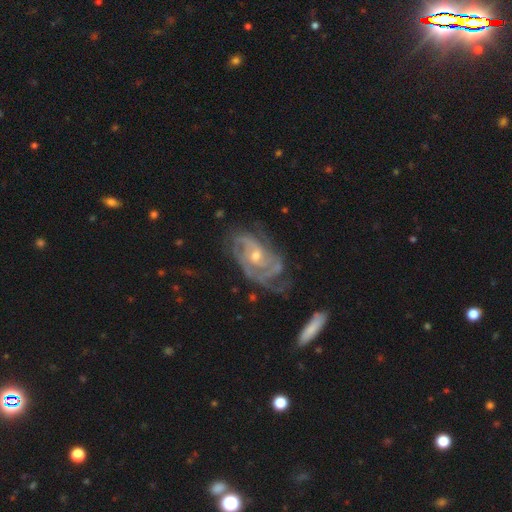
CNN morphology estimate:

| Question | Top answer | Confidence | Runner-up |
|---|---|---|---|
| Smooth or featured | featured or disk | 90% | smooth (5%) |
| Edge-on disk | no | 97% | yes (3%) |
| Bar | no | 63% | weak (29%) |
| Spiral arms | yes | 97% | no (3%) |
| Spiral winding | tight | 59% | medium (34%) |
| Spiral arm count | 2 | 31% | 3 (29%) |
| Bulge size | moderate | 49% | small (47%) |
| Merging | none | 58% | minor disturbance (24%) |